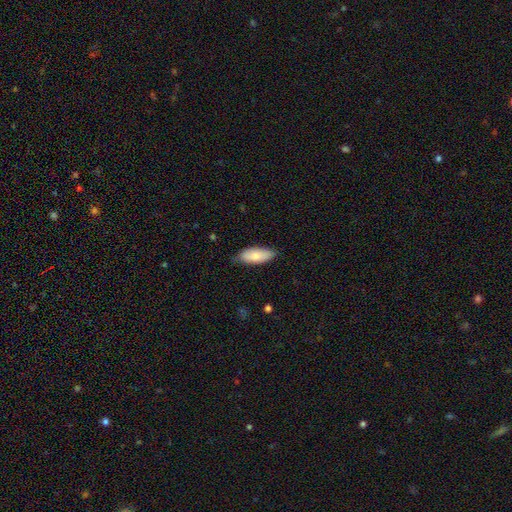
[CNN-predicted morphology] smooth_or_featured: smooth (p=0.79) [alt: featured or disk p=0.15]
how_rounded: in between (p=0.80) [alt: cigar-shaped p=0.18]
merging: none (p=0.75) [alt: minor disturbance p=0.21]